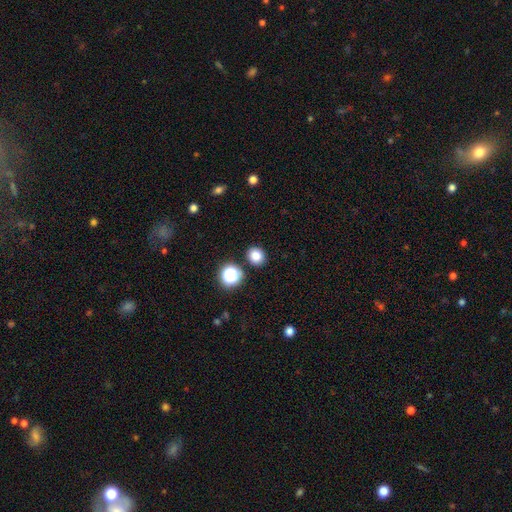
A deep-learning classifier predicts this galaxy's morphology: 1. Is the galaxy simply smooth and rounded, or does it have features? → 80% smooth, 15% star or artifact, 5% featured or disk.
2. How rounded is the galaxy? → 80% round, 19% in between, 1% cigar-shaped.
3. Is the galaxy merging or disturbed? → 87% none, 7% minor disturbance, 4% merger, 2% major disturbance.